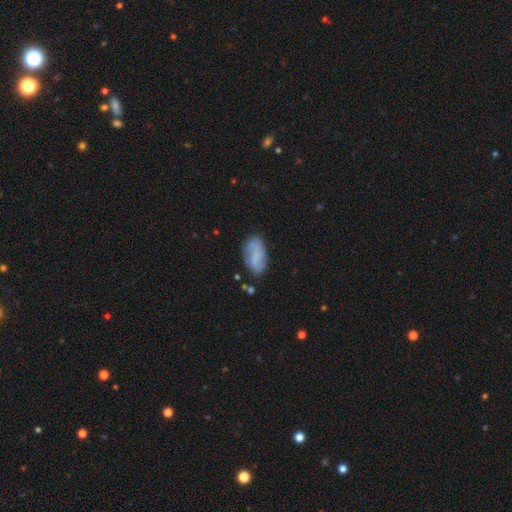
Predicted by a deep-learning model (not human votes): Smooth or featured: smooth — 60% (featured or disk — 32%)
How rounded: in between — 91% (cigar-shaped — 6%)
Merging: none — 67% (minor disturbance — 22%)